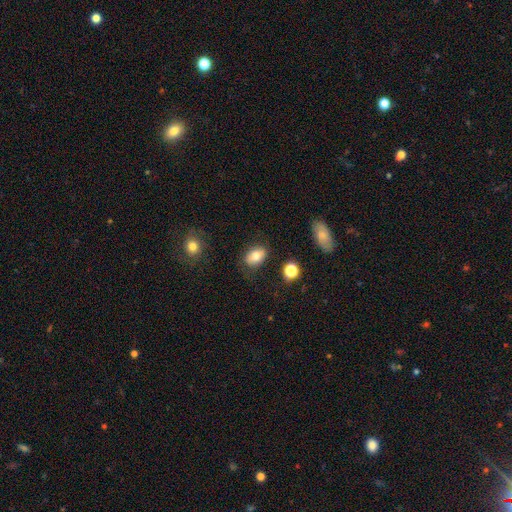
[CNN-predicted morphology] Smooth or featured? smooth (79%)
How rounded? in between (81%)
Merging? none (78%)